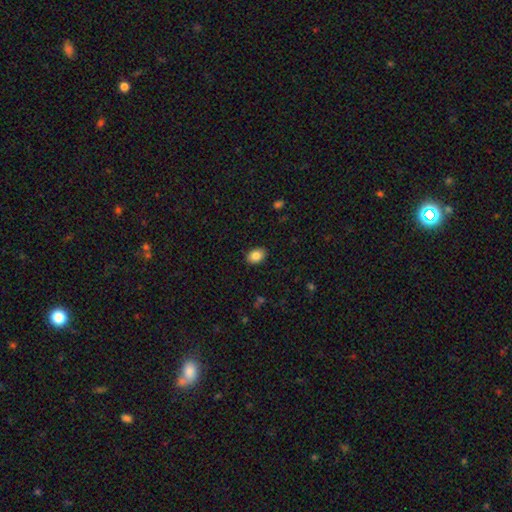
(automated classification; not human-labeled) smooth_or_featured: smooth (p=0.85) [alt: star or artifact p=0.08]
how_rounded: in between (p=0.72) [alt: round p=0.27]
merging: none (p=0.89) [alt: minor disturbance p=0.08]